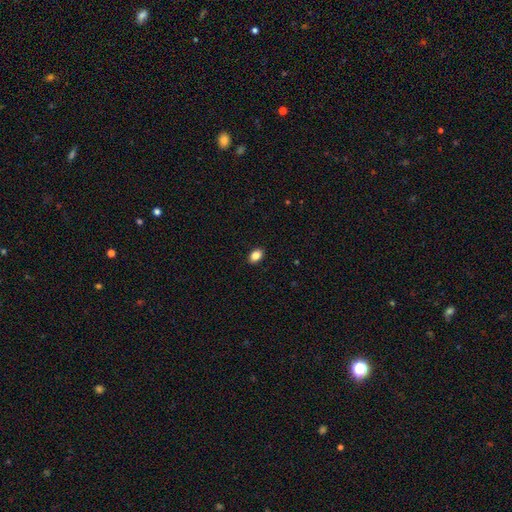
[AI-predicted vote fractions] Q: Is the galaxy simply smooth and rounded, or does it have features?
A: smooth — 85%.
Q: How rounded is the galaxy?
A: in between — 80%.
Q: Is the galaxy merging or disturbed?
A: none — 90%.